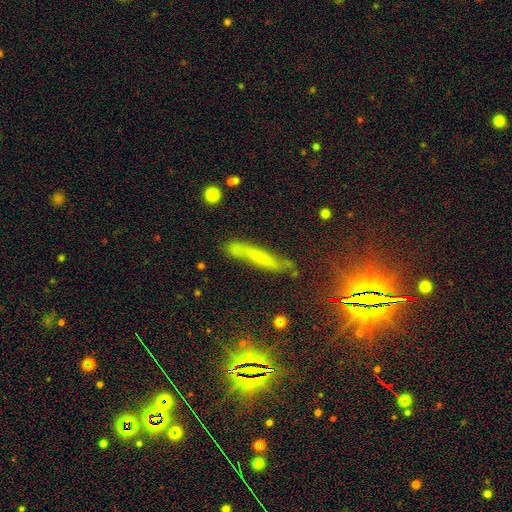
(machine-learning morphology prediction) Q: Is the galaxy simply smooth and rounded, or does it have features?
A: smooth — 37%.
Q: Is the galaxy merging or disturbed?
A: none — 68%.